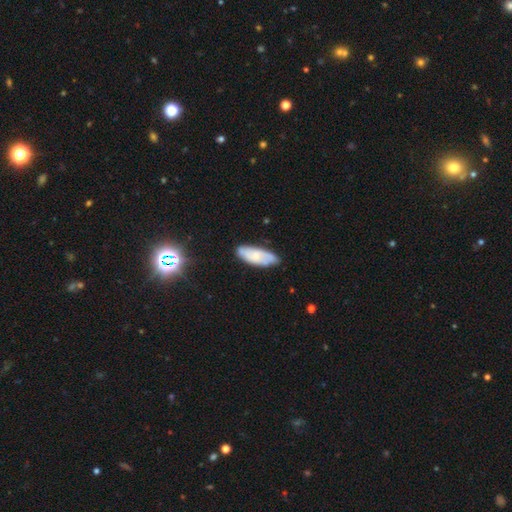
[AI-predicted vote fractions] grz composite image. It shows a smooth galaxy with no disk features (57%) that is in between round and cigar-shaped (70%). Merging: none (75%).